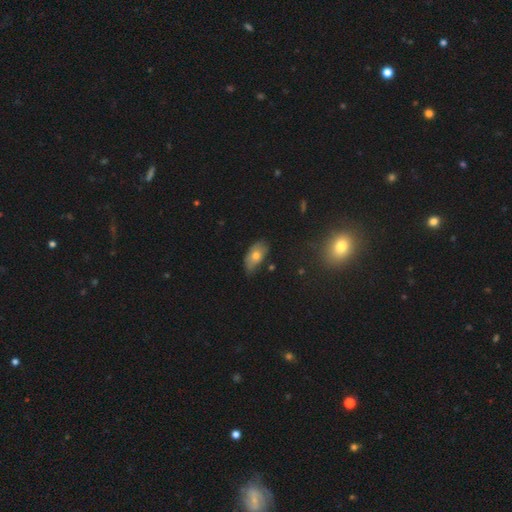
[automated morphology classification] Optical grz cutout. It shows a smooth galaxy with no disk features (64%) that is in between round and cigar-shaped (90%). Merging: none (54%).